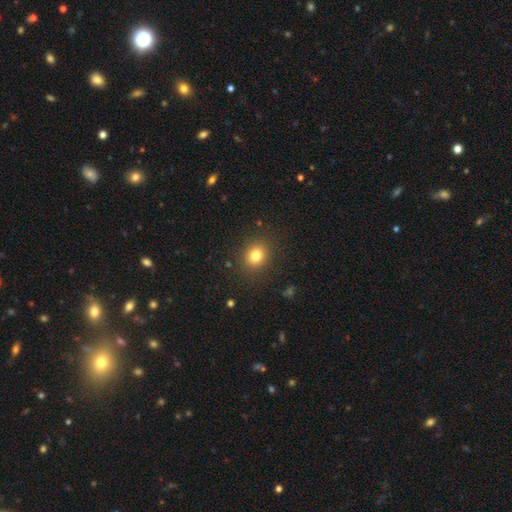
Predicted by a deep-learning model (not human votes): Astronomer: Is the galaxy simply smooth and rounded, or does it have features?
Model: smooth — 80%.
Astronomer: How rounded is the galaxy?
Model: round — 72%.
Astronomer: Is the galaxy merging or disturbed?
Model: none — 87%.